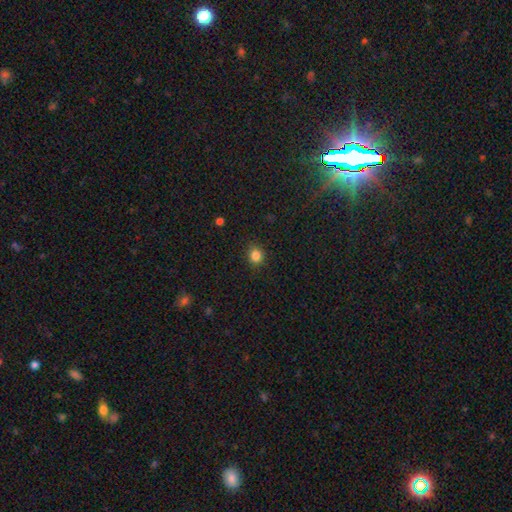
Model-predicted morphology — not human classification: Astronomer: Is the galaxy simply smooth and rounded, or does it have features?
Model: smooth — 84%.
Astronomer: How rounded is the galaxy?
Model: round — 79%.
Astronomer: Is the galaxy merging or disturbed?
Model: none — 88%.